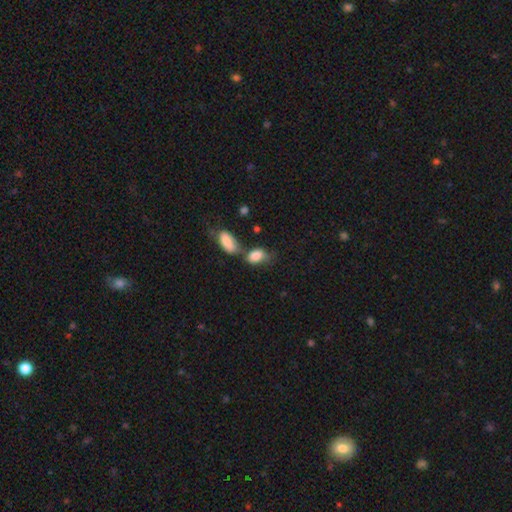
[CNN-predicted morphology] Smooth or featured?
  - smooth: 84% *
  - featured or disk: 9%
  - star or artifact: 8%
How rounded?
  - in between: 89% *
  - round: 8%
  - cigar-shaped: 3%
Merging?
  - merger: 43% *
  - none: 30%
  - minor disturbance: 18%
  - major disturbance: 9%